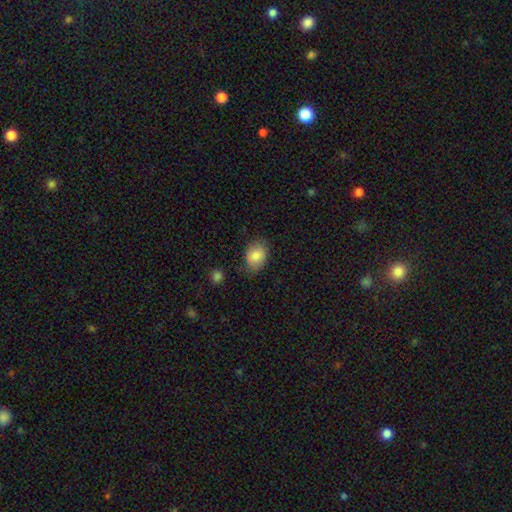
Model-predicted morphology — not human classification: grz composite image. It shows a smooth galaxy with no disk features (85%) that is in between round and cigar-shaped (73%). Merging: none (76%).